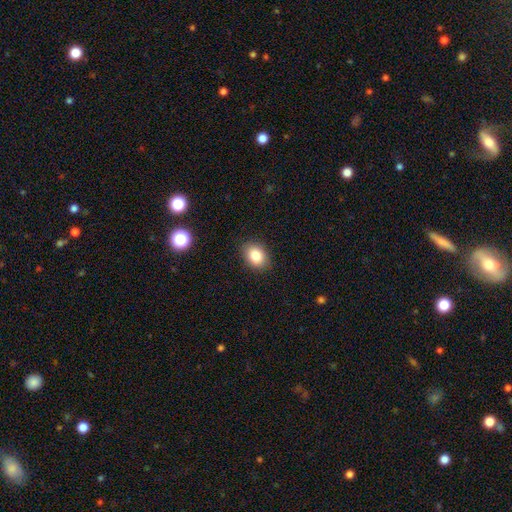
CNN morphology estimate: Smooth or featured?
  - smooth: 84% *
  - star or artifact: 9%
  - featured or disk: 6%
How rounded?
  - in between: 68% *
  - round: 31%
  - cigar-shaped: 1%
Merging?
  - none: 87% *
  - minor disturbance: 9%
  - major disturbance: 2%
  - merger: 1%